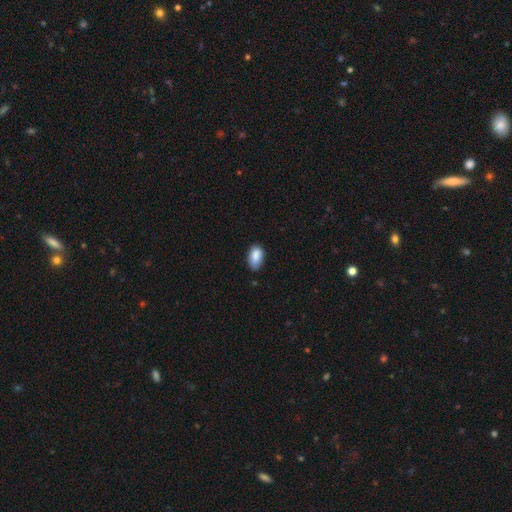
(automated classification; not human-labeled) smooth_or_featured: smooth (p=0.87) [alt: star or artifact p=0.07]
how_rounded: in between (p=0.92) [alt: round p=0.05]
merging: none (p=0.69) [alt: minor disturbance p=0.25]